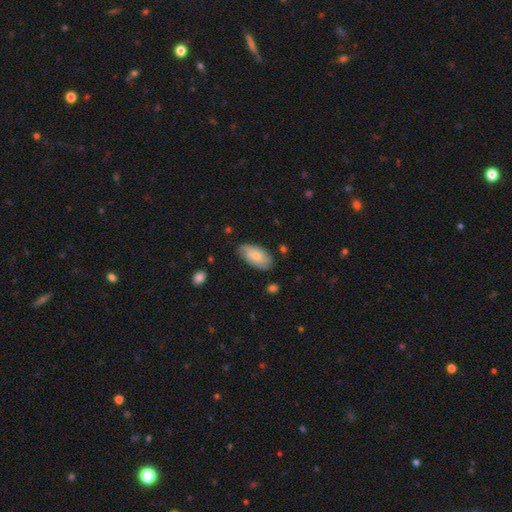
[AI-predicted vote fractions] Q: Smooth or featured?
A: smooth (65%); runner-up: featured or disk (28%)
Q: How rounded?
A: in between (94%); runner-up: round (3%)
Q: Merging?
A: none (68%); runner-up: minor disturbance (25%)